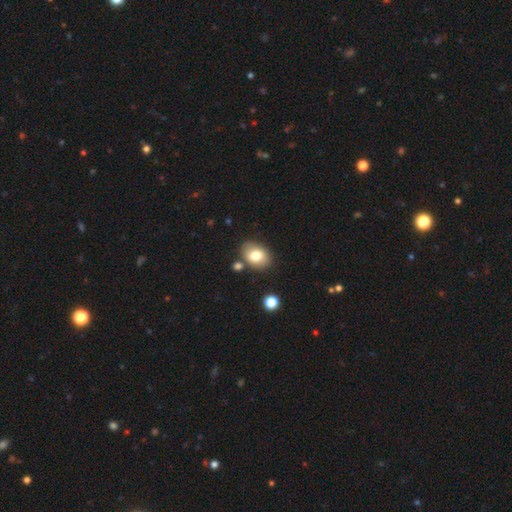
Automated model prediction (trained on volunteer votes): Q: Smooth or featured?
A: smooth (77%); runner-up: featured or disk (14%)
Q: How rounded?
A: in between (73%); runner-up: round (26%)
Q: Merging?
A: none (77%); runner-up: minor disturbance (12%)